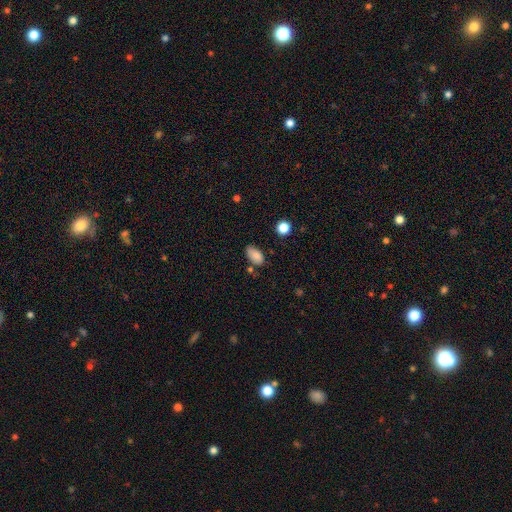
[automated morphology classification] This appears to be a smooth galaxy with no disk features (83%) that is in between round and cigar-shaped (93%). Merging: none (65%).